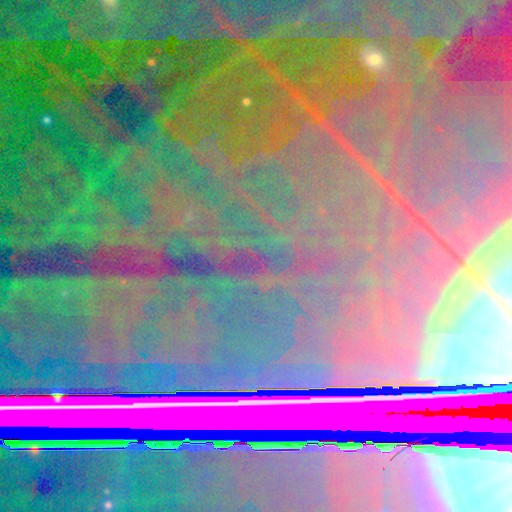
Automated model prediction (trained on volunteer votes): smooth_or_featured: star or artifact (p=0.88) [alt: featured or disk p=0.07]